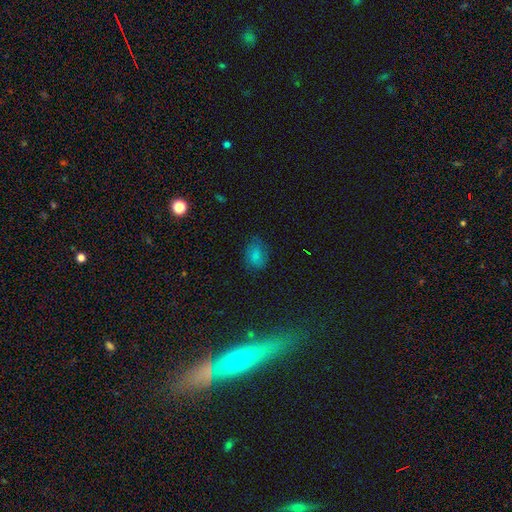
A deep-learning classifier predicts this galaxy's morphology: Smooth or featured? smooth (75%)
How rounded? in between (69%)
Merging? none (70%)